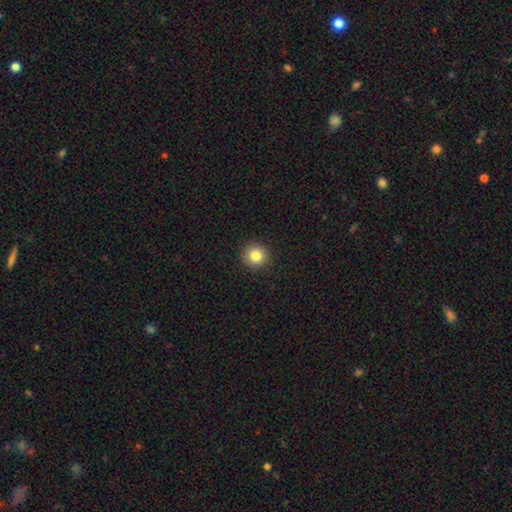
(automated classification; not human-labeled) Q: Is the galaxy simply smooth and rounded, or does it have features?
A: smooth — 83%.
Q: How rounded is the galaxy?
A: round — 94%.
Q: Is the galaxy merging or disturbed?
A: none — 93%.